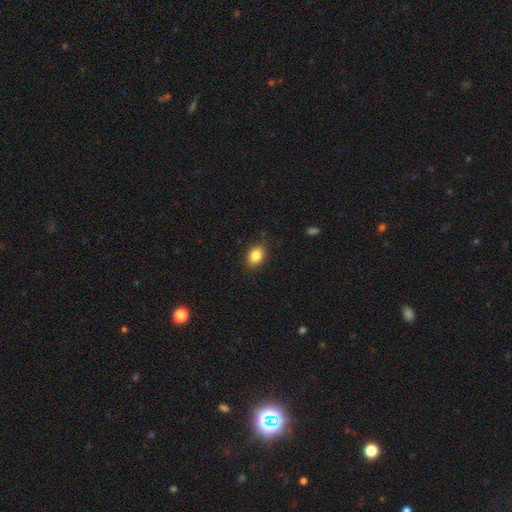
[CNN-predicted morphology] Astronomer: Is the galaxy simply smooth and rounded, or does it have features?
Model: smooth — 85%.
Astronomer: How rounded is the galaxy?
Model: in between — 77%.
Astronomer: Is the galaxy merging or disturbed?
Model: none — 86%.